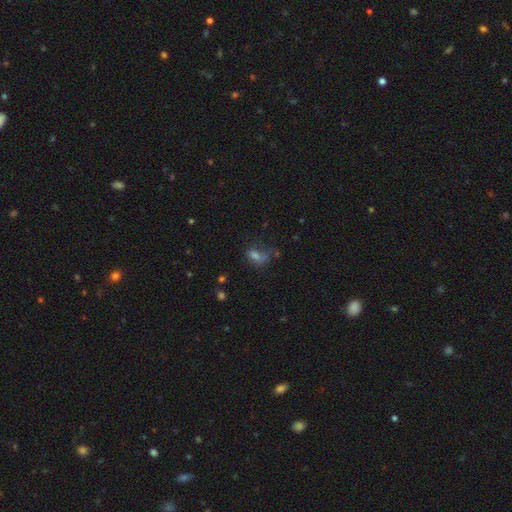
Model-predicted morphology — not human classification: Smooth or featured: smooth — 57% (star or artifact — 26%)
How rounded: in between — 73% (round — 22%)
Merging: none — 39% (major disturbance — 26%)